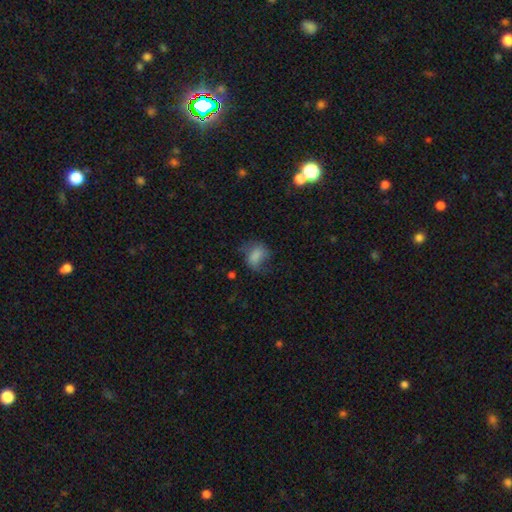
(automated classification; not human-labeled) smooth 69%, featured or disk 21%, star or artifact 10%. Down the decision tree: how rounded — in between (66%); merging — none (43%).